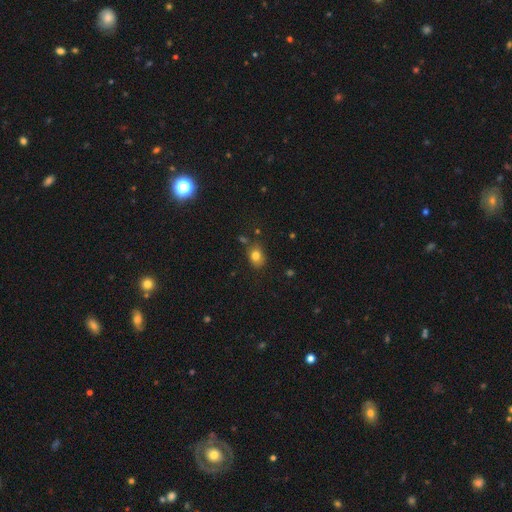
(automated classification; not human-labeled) This is likely a smooth galaxy (80%). How rounded: likely in between (60%). Merging: likely none (73%).